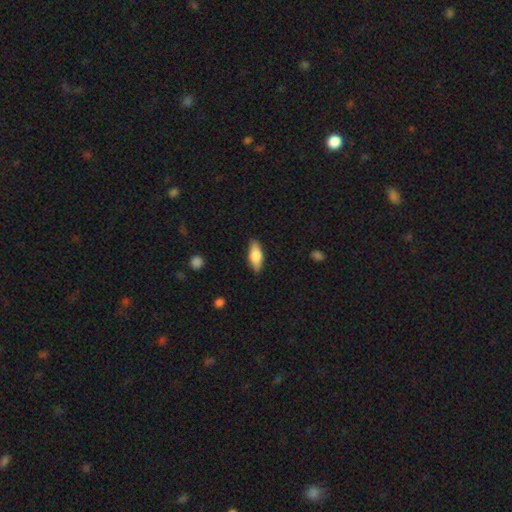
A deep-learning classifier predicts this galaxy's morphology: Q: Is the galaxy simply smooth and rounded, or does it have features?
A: smooth — 73%.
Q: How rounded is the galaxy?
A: in between — 74%.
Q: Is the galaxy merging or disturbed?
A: none — 87%.